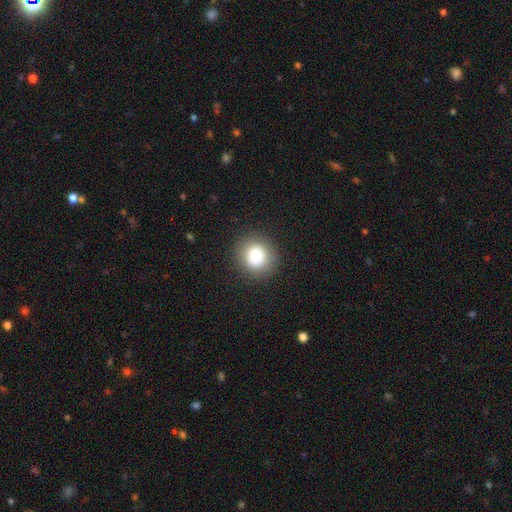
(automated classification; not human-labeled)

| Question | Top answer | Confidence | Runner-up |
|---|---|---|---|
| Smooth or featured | smooth | 81% | star or artifact (10%) |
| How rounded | round | 89% | in between (10%) |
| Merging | none | 86% | minor disturbance (9%) |